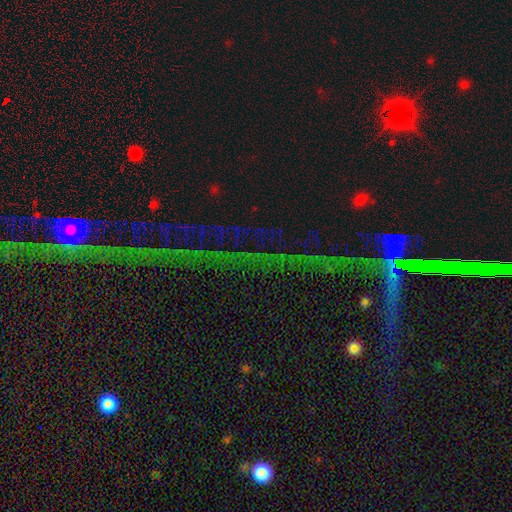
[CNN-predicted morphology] Smooth or featured: star or artifact — 80% (featured or disk — 10%)